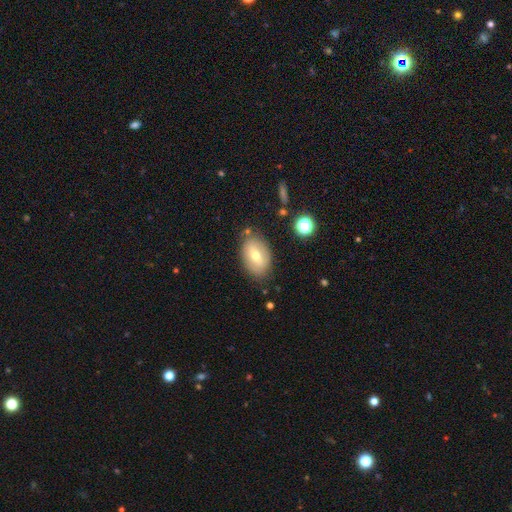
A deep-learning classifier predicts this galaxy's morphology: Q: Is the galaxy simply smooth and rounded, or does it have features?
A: smooth — 57%.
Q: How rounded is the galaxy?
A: in between — 87%.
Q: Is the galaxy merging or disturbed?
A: none — 78%.